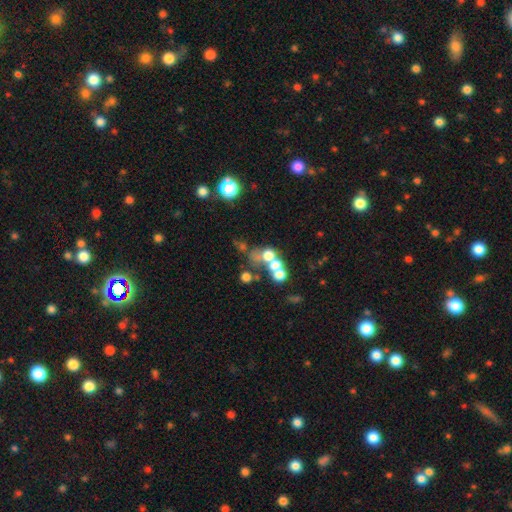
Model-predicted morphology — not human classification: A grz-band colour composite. It shows a smooth galaxy with no disk features (46%). Merging: merger (52%).